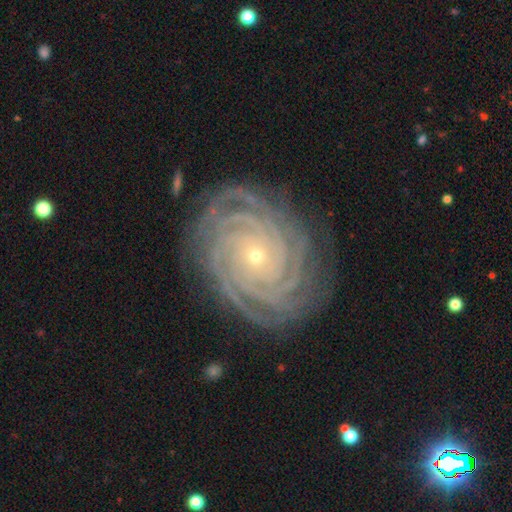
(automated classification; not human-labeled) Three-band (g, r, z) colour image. It shows a featured or disk galaxy (92%) with no bar (79%), more than 4 (35%) tight (90%) spiral arms (99%) and a small central bulge (80%). Merging: none (85%).